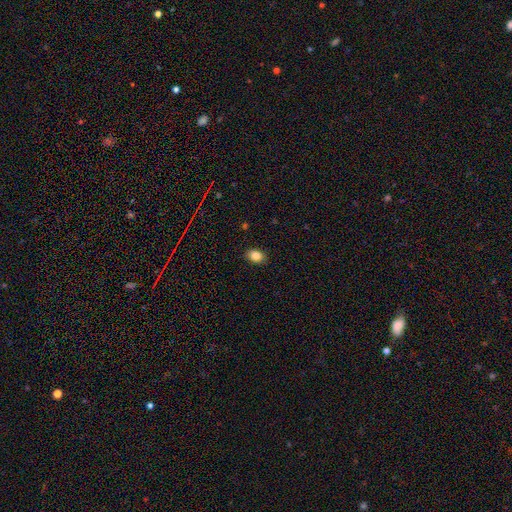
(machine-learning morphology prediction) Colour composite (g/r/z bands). It shows a smooth galaxy with no disk features (84%) that is in between round and cigar-shaped (76%). Merging: none (89%).